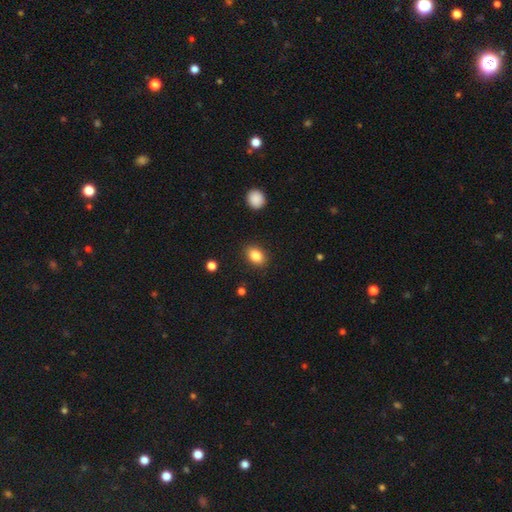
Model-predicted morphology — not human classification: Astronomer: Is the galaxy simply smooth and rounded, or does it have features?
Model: smooth — 85%.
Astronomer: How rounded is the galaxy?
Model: in between — 74%.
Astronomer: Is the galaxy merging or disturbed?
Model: none — 87%.